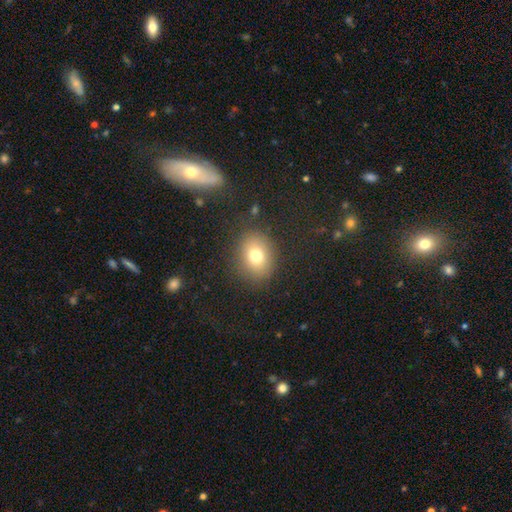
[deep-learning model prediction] Smooth or featured? Predicted: smooth (p=0.75). How rounded? Predicted: round (p=0.57). Merging? Predicted: none (p=0.84).